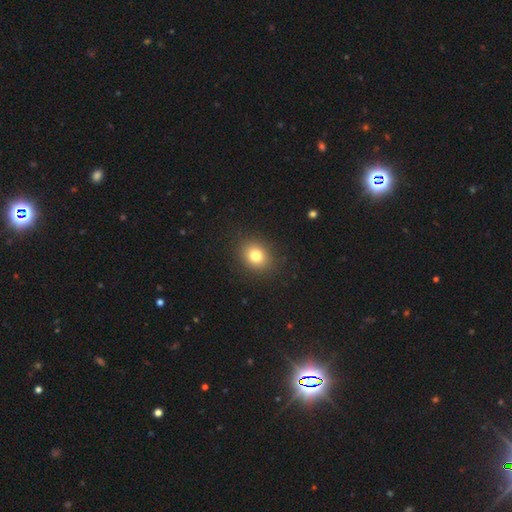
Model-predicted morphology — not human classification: The model was most divided on "how rounded": round: 60%, in between: 39%, cigar-shaped: 1%. More confident: merging — none (89%); smooth or featured — smooth (79%).